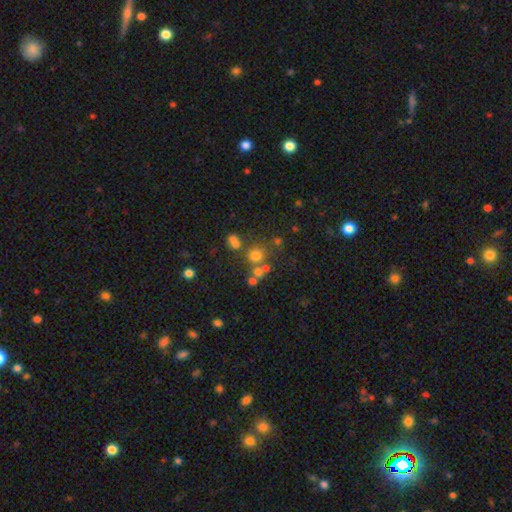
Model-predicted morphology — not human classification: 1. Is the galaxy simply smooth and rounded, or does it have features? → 62% smooth, 23% star or artifact, 15% featured or disk.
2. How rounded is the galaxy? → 85% round, 14% in between, 1% cigar-shaped.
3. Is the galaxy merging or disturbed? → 58% none, 26% merger, 10% minor disturbance, 6% major disturbance.